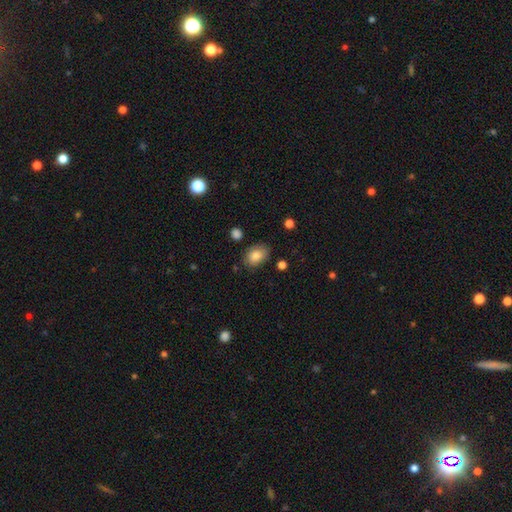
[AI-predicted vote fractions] Smooth or featured?
  - smooth: 85% *
  - star or artifact: 8%
  - featured or disk: 7%
How rounded?
  - in between: 82% *
  - round: 17%
  - cigar-shaped: 1%
Merging?
  - none: 78% *
  - minor disturbance: 16%
  - major disturbance: 4%
  - merger: 2%